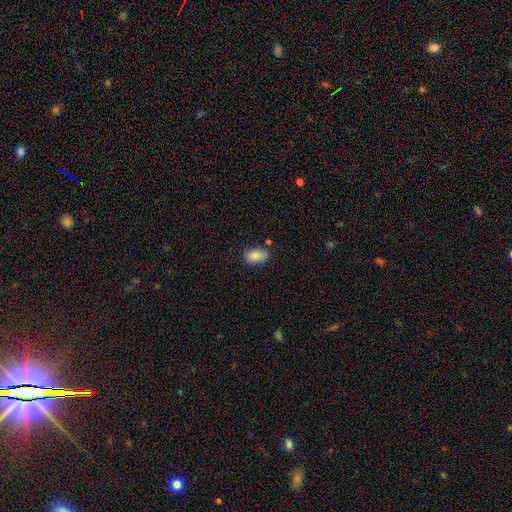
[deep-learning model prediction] Smooth or featured?
  - smooth: 88% *
  - star or artifact: 7%
  - featured or disk: 4%
How rounded?
  - in between: 91% *
  - round: 7%
  - cigar-shaped: 2%
Merging?
  - none: 78% *
  - minor disturbance: 15%
  - merger: 4%
  - major disturbance: 3%